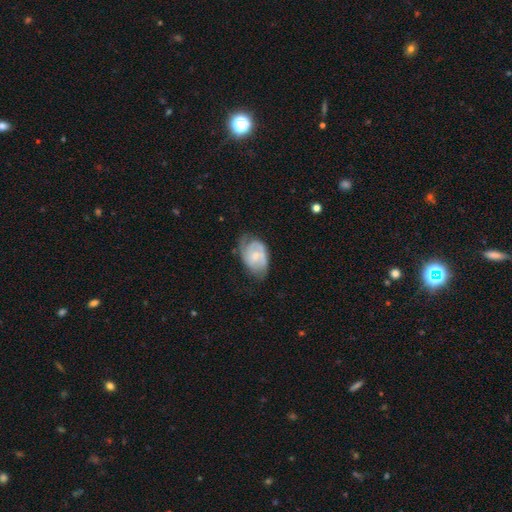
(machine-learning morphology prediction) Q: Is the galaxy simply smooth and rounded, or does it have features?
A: featured or disk — 63%.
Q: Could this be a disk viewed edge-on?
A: no — 96%.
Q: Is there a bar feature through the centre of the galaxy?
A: no — 51%.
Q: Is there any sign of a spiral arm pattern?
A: yes — 86%.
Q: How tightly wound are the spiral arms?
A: medium — 42%.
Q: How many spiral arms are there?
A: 2 — 56%.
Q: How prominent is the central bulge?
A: small — 50%.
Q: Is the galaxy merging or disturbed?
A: none — 52%.